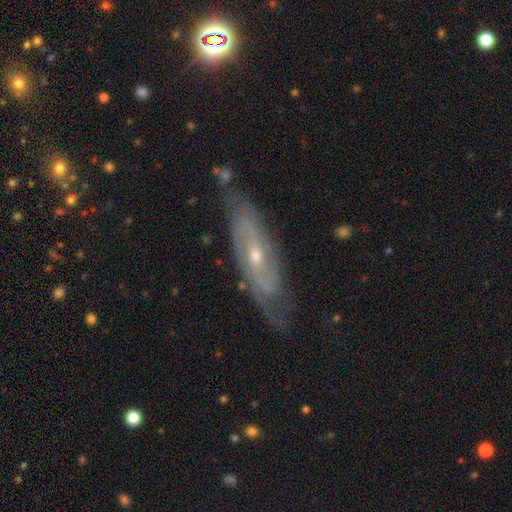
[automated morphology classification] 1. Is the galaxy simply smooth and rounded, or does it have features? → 80% featured or disk, 14% smooth, 6% star or artifact.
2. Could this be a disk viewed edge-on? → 77% no, 23% yes.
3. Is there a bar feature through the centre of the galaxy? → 49% no, 38% weak, 13% strong.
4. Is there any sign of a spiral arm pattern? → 88% yes, 12% no.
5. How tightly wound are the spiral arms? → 46% tight, 38% medium, 16% loose.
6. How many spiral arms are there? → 56% 2, 31% can't tell, 6% 3, 3% 1, 3% 4, 2% more than 4.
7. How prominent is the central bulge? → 59% small, 39% moderate, 1% large, 1% none, 1% dominant.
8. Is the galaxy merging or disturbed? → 72% none, 20% minor disturbance, 6% major disturbance, 2% merger.